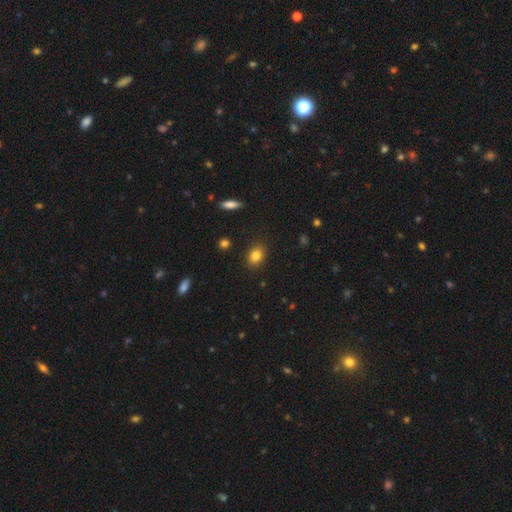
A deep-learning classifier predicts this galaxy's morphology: A smooth galaxy with no disk features (84%) that is in between round and cigar-shaped (60%).

Vote fractions:
- Smooth or featured? smooth: 84% / star or artifact: 10% / featured or disk: 6%
- How rounded? in between: 60% / round: 39% / cigar-shaped: 1%
- Merging? none: 88% / minor disturbance: 9% / major disturbance: 2% / merger: 1%